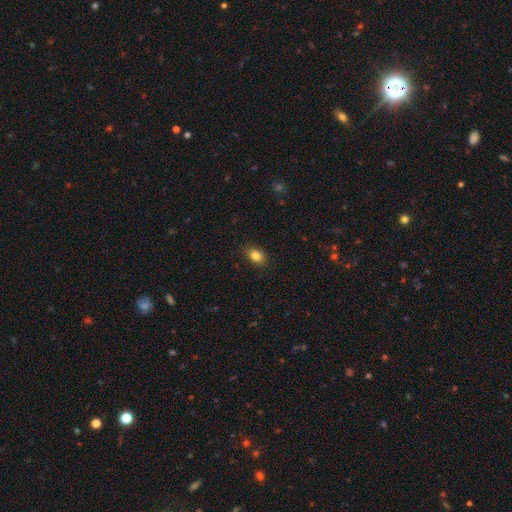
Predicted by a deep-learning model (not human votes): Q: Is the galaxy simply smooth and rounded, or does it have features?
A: smooth — 84%.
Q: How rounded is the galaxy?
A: in between — 71%.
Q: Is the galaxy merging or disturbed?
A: none — 87%.